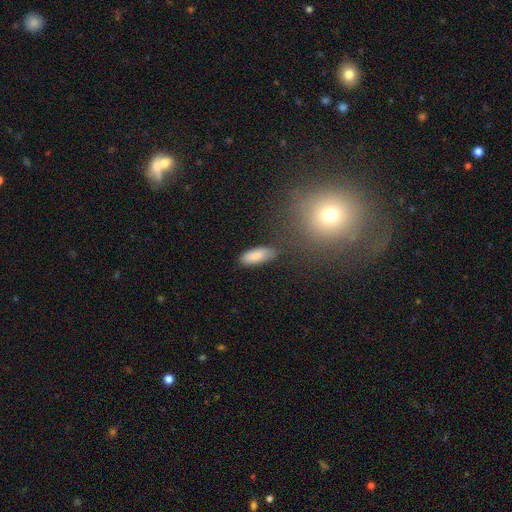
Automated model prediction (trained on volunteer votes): Smooth or featured?
  - smooth: 85% *
  - featured or disk: 8%
  - star or artifact: 7%
How rounded?
  - in between: 76% *
  - cigar-shaped: 22%
  - round: 2%
Merging?
  - none: 76% *
  - minor disturbance: 17%
  - major disturbance: 4%
  - merger: 3%